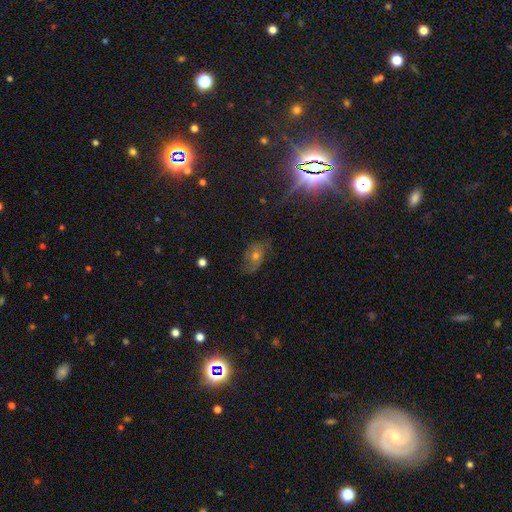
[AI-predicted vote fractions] Smooth or featured?
  - featured or disk: 39% *
  - star or artifact: 34%
  - smooth: 27%
Merging?
  - none: 66% *
  - minor disturbance: 22%
  - major disturbance: 11%
  - merger: 2%